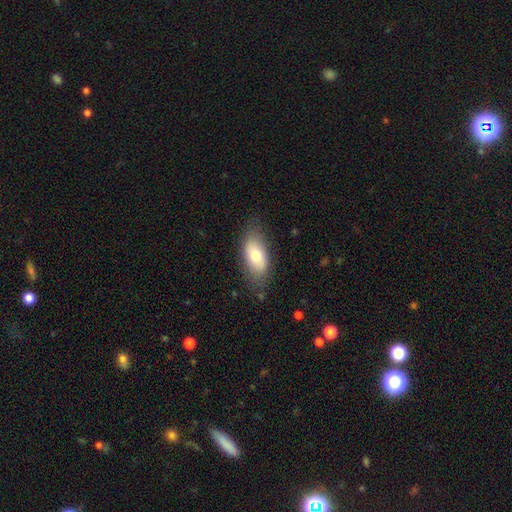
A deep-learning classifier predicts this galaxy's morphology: type=smooth (74%); roundness=in between (90%); merging=none (77%).